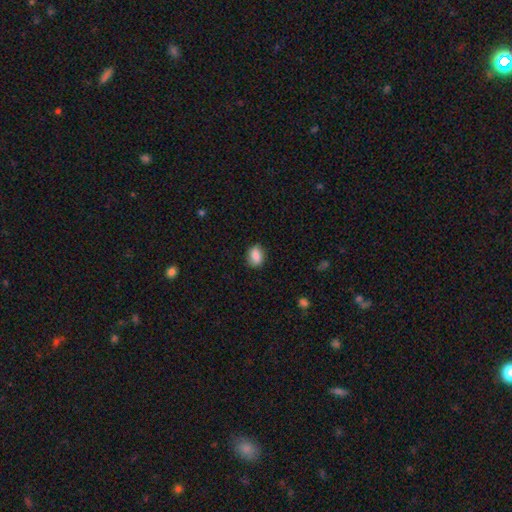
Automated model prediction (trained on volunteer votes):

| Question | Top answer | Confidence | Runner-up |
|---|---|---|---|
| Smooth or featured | smooth | 86% | star or artifact (8%) |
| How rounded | in between | 71% | round (27%) |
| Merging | none | 84% | minor disturbance (12%) |